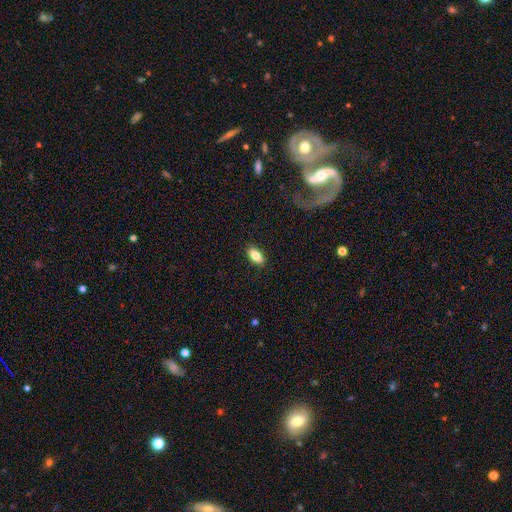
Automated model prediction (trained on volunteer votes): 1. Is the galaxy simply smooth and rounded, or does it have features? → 82% smooth, 10% featured or disk, 7% star or artifact.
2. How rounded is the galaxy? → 91% in between, 5% cigar-shaped, 4% round.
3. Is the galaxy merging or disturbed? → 89% none, 8% minor disturbance, 2% major disturbance, 1% merger.